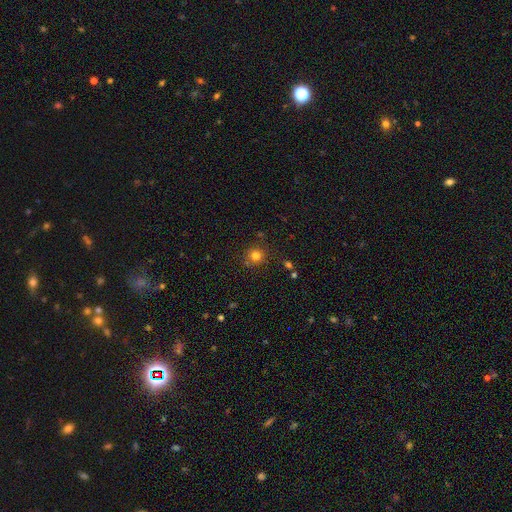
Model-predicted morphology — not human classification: Smooth or featured?
  - smooth: 79% *
  - star or artifact: 15%
  - featured or disk: 6%
How rounded?
  - round: 92% *
  - in between: 7%
  - cigar-shaped: 1%
Merging?
  - none: 84% *
  - minor disturbance: 9%
  - merger: 5%
  - major disturbance: 3%